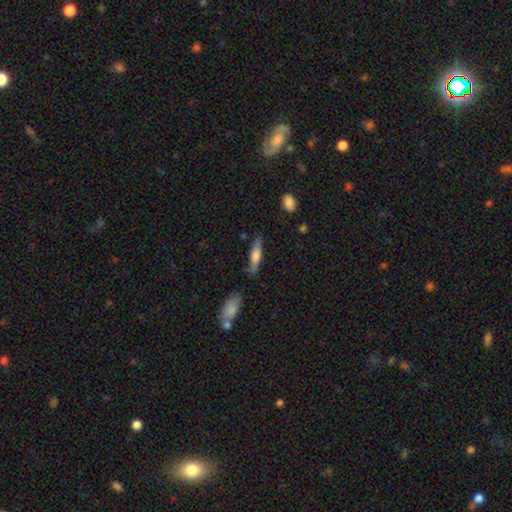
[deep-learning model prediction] Overall: smooth (58%; featured or disk 36%). How rounded: cigar-shaped (72%). Merging: none (79%).